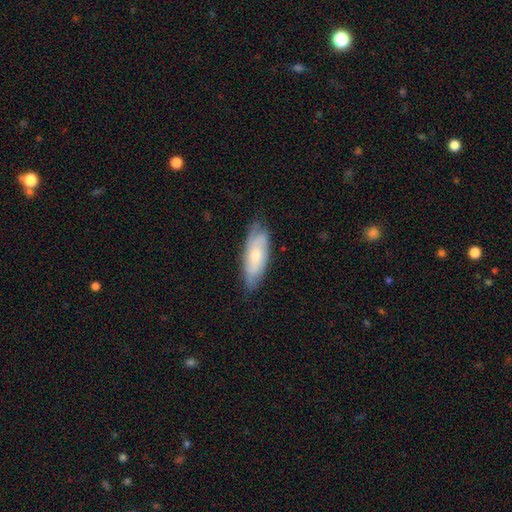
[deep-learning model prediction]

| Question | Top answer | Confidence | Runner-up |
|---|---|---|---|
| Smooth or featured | smooth | 48% | featured or disk (46%) |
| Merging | none | 72% | minor disturbance (22%) |